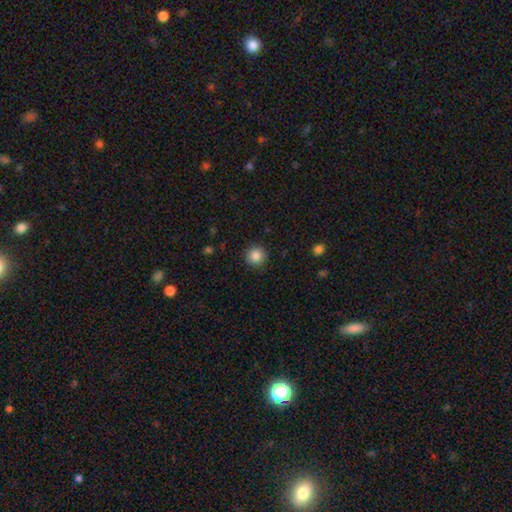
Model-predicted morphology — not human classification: This appears to be a smooth galaxy with no disk features (86%) that is round (95%). Merging: none (91%).